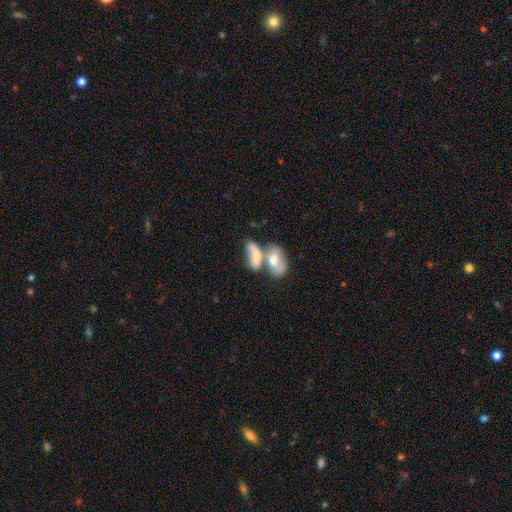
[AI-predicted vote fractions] A smooth galaxy with no disk features (63%) that is in between round and cigar-shaped (83%).

Vote fractions:
- Smooth or featured? smooth: 63% / featured or disk: 29% / star or artifact: 8%
- How rounded? in between: 83% / cigar-shaped: 9% / round: 8%
- Merging? merger: 69% / none: 16% / minor disturbance: 8% / major disturbance: 7%